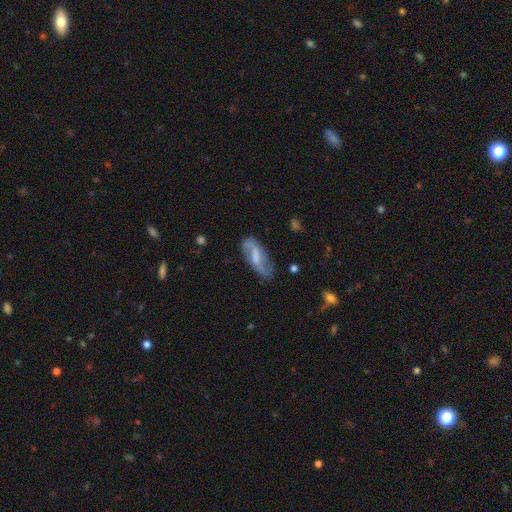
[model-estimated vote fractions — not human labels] smooth-or-featured: featured or disk: 65% | smooth: 28% | star or artifact: 7%
  disk-edge-on: no: 91% | yes: 9%
    bar: weak: 48% | strong: 28% | no: 24%
    has-spiral-arms: yes: 86% | no: 14%
      spiral-winding: loose: 60% | medium: 30% | tight: 10%
      spiral-arm-count: 2: 83% | can't tell: 9% | 1: 5% | 3: 1% | 4: 1% | more than 4: 1%
    bulge-size: none: 32% | moderate: 31% | small: 28% | large: 8% | dominant: 2%
  merging: none: 65% | minor disturbance: 22% | major disturbance: 10% | merger: 3%